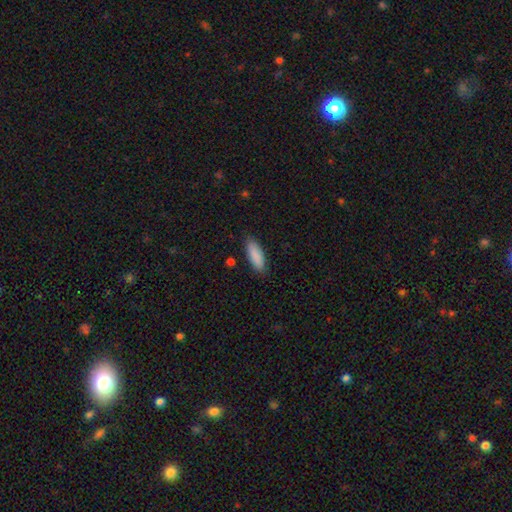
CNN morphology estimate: smooth 89%, star or artifact 6%, featured or disk 5%. Down the decision tree: how rounded — in between (63%); merging — none (86%).